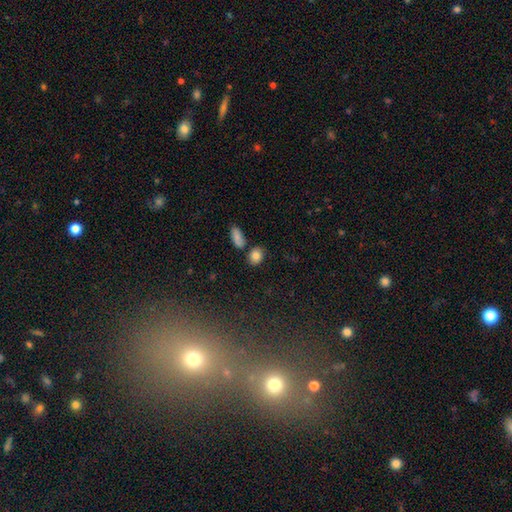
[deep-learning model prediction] smooth 82%, star or artifact 10%, featured or disk 8%. Down the decision tree: how rounded — in between (52%); merging — none (75%).